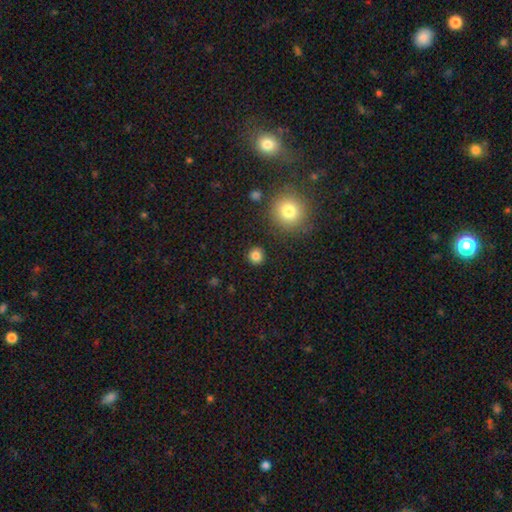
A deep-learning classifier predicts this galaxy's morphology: This appears to be a smooth galaxy with no disk features (83%) that is round (93%). Merging: none (90%).